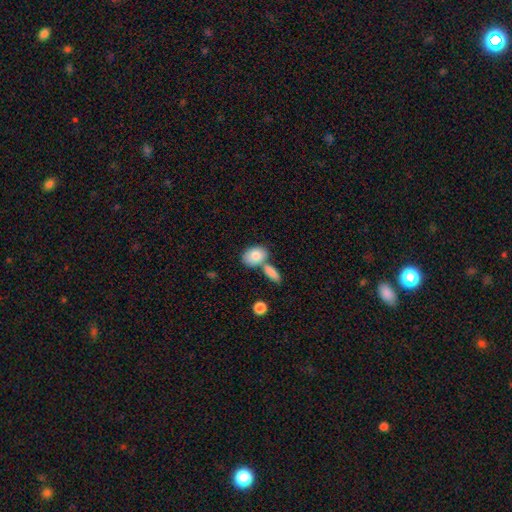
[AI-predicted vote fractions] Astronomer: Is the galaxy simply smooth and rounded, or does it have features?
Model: smooth — 82%.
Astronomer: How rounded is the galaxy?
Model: in between — 83%.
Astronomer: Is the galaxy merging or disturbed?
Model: none — 49% (runner-up: merger, 34%).